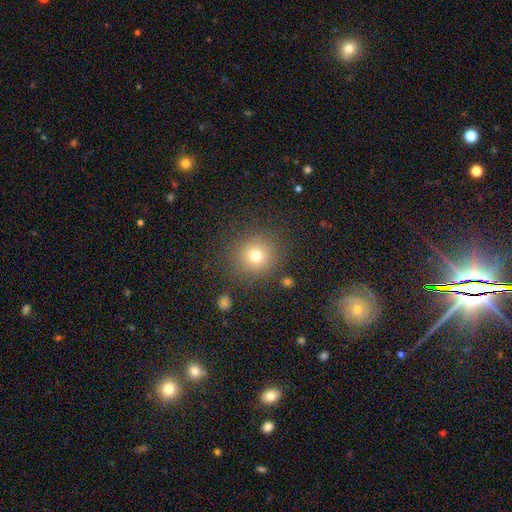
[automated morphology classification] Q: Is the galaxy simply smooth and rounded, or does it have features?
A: smooth — 75%.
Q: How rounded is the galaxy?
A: round — 91%.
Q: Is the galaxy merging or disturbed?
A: none — 86%.